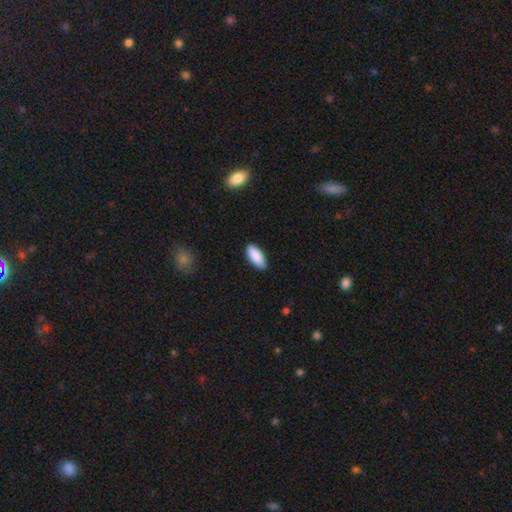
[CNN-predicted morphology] smooth_or_featured: smooth (p=0.89) [alt: star or artifact p=0.06]
how_rounded: in between (p=0.84) [alt: cigar-shaped p=0.15]
merging: none (p=0.87) [alt: minor disturbance p=0.11]